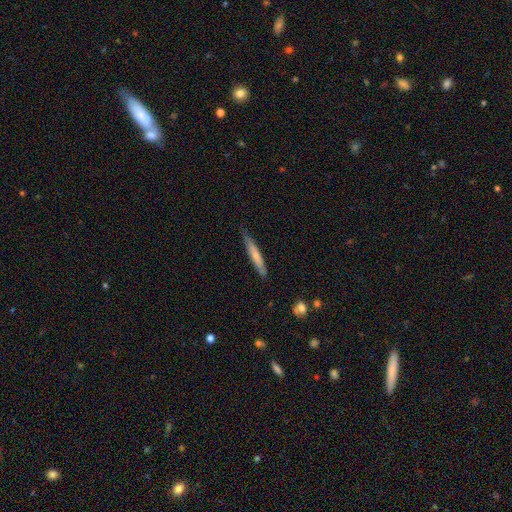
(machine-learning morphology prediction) smooth-or-featured: smooth: 60% | featured or disk: 34% | star or artifact: 5%
  how-rounded: cigar-shaped: 94% | in between: 5% | round: 1%
  merging: none: 78% | minor disturbance: 18% | major disturbance: 2% | merger: 2%